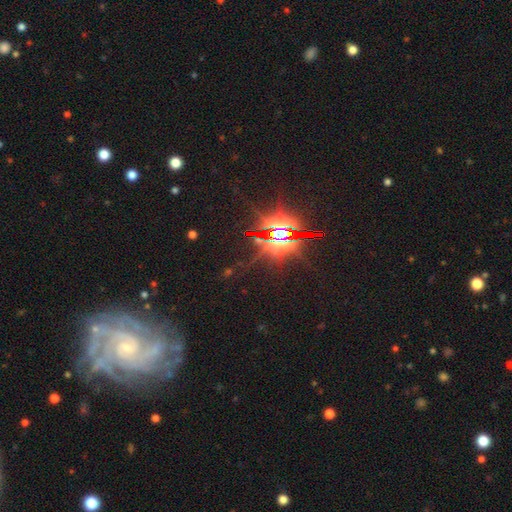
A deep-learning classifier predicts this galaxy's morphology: star or artifact 45%, featured or disk 42%, smooth 13%.